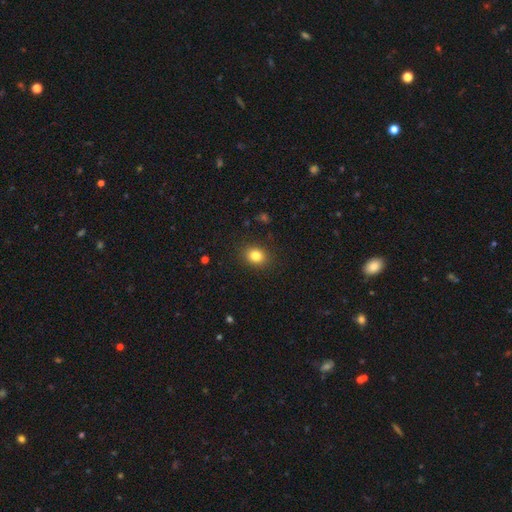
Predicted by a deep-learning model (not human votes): smooth-or-featured: smooth: 82% | star or artifact: 11% | featured or disk: 6%
  how-rounded: round: 56% | in between: 43% | cigar-shaped: 1%
  merging: none: 89% | minor disturbance: 8% | major disturbance: 2% | merger: 1%